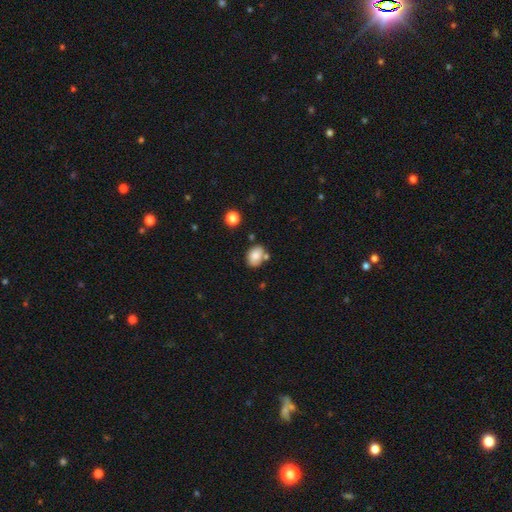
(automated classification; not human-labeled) smooth 77%, featured or disk 14%, star or artifact 9%. Down the decision tree: how rounded — in between (69%); merging — none (63%).